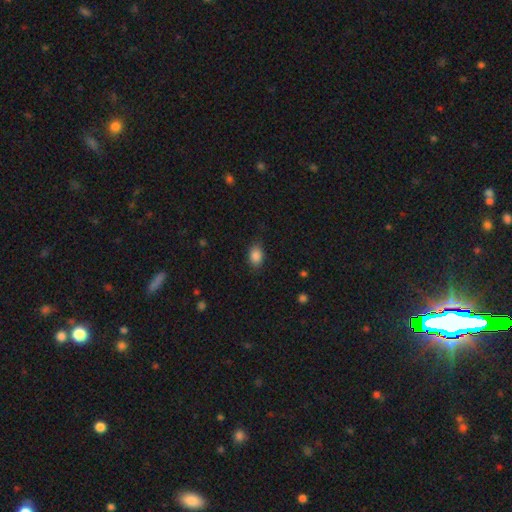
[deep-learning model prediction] A smooth galaxy with no disk features (87%) that is in between round and cigar-shaped (76%). Merging: none (80%).